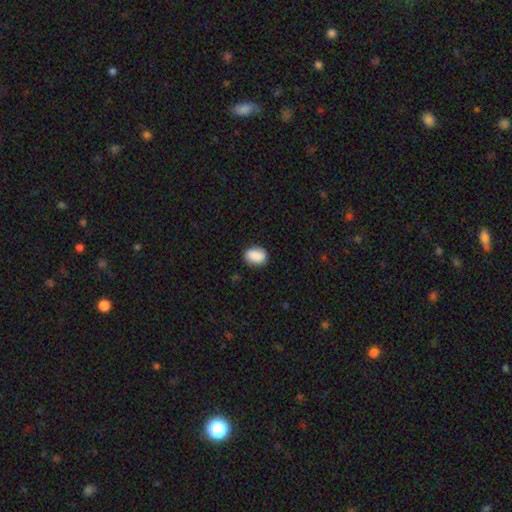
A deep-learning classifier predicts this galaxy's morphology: Smooth or featured? smooth (89%)
How rounded? in between (78%)
Merging? none (84%)